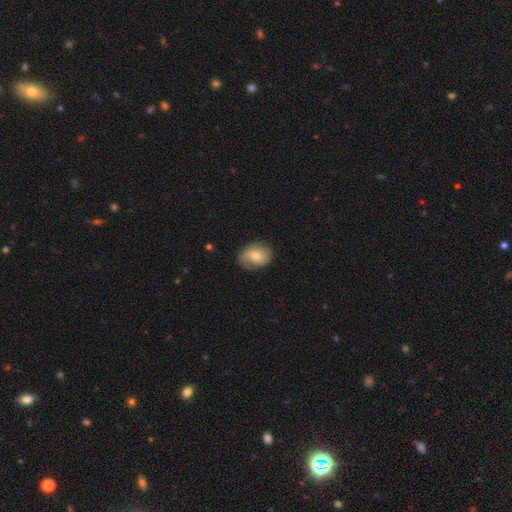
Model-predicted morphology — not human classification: smooth-or-featured: smooth: 66% | featured or disk: 26% | star or artifact: 8%
  how-rounded: in between: 61% | round: 38% | cigar-shaped: 1%
  merging: none: 81% | minor disturbance: 14% | major disturbance: 3% | merger: 1%